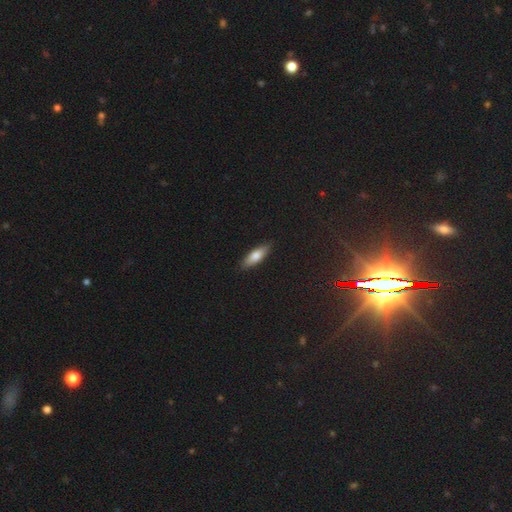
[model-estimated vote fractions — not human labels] smooth_or_featured: smooth (p=0.73) [alt: featured or disk p=0.20]
how_rounded: in between (p=0.51) [alt: cigar-shaped p=0.47]
merging: none (p=0.88) [alt: minor disturbance p=0.09]